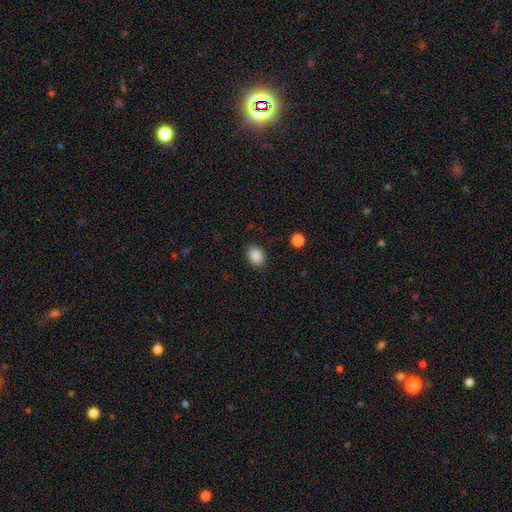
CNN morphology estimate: This appears to be a smooth galaxy with no disk features (87%) that is in between round and cigar-shaped (51%). Merging: none (88%).